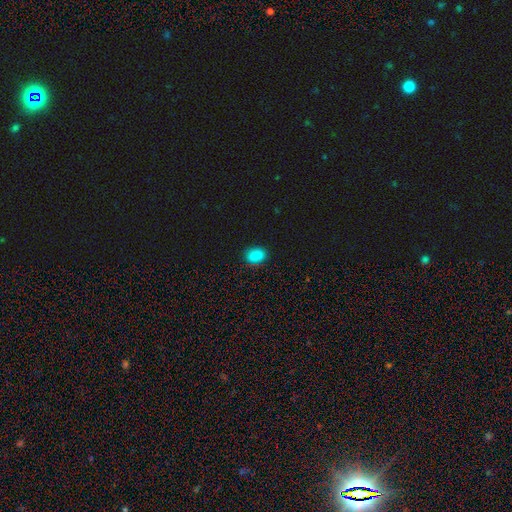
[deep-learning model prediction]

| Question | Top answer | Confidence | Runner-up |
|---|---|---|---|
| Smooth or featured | smooth | 87% | star or artifact (10%) |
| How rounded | in between | 77% | round (22%) |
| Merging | none | 85% | minor disturbance (12%) |